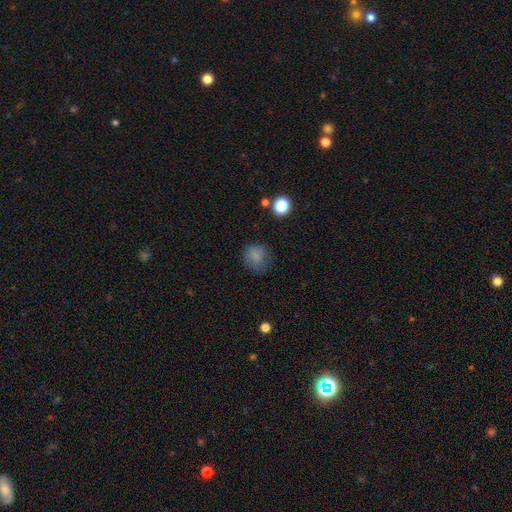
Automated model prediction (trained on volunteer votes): Smooth or featured? Predicted: smooth (p=0.79). How rounded? Predicted: round (p=0.81). Merging? Predicted: none (p=0.68).